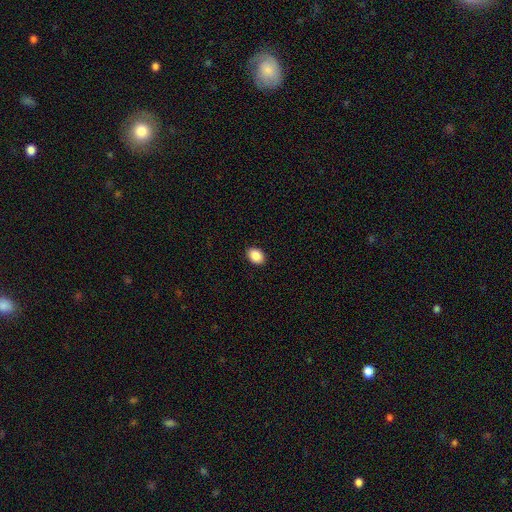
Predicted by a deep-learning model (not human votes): Smooth or featured? Predicted: smooth (p=0.88). How rounded? Predicted: in between (p=0.75). Merging? Predicted: none (p=0.91).